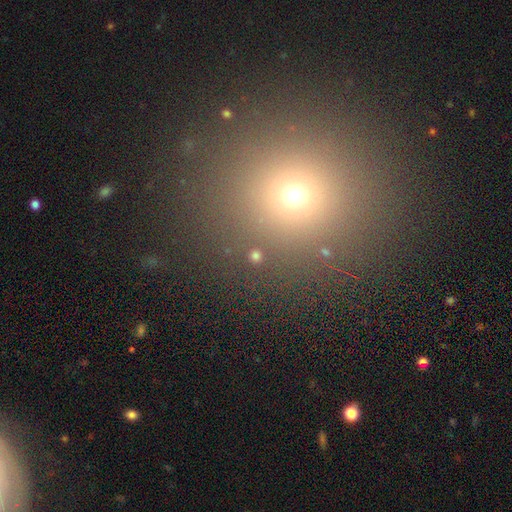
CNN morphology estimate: This is likely a smooth galaxy (72%). How rounded: clearly round (91%). Merging: clearly none (88%).